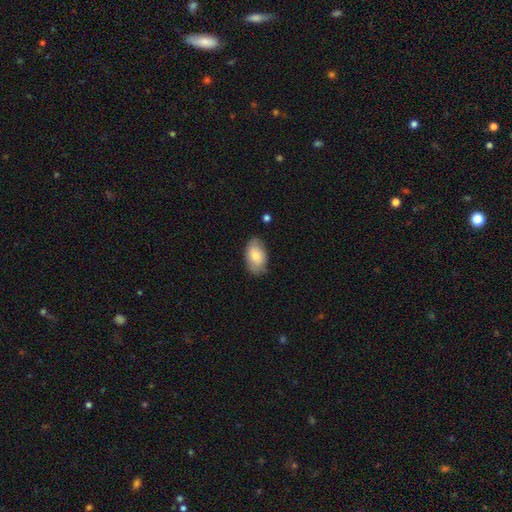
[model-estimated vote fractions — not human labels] A smooth galaxy with no disk features (77%) that is in between round and cigar-shaped (93%). Merging: none (74%).